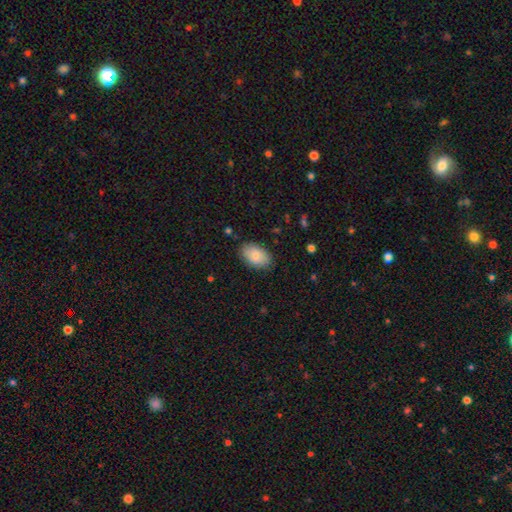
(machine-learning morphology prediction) A smooth galaxy with no disk features (84%) that is in between round and cigar-shaped (92%). Merging: none (84%).